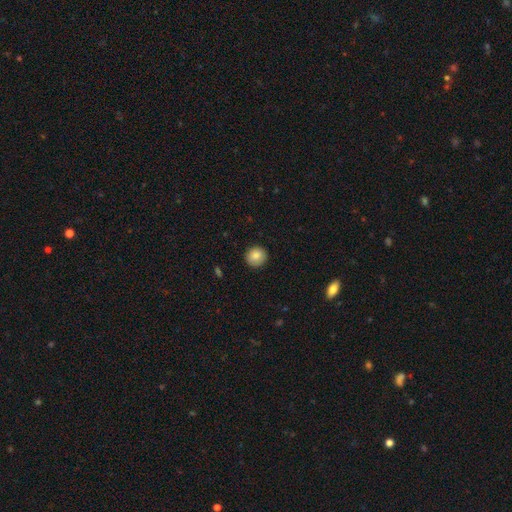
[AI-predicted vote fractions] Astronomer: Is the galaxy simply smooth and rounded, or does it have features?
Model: smooth — 85%.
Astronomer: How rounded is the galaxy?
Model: round — 92%.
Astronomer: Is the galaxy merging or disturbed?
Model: none — 89%.